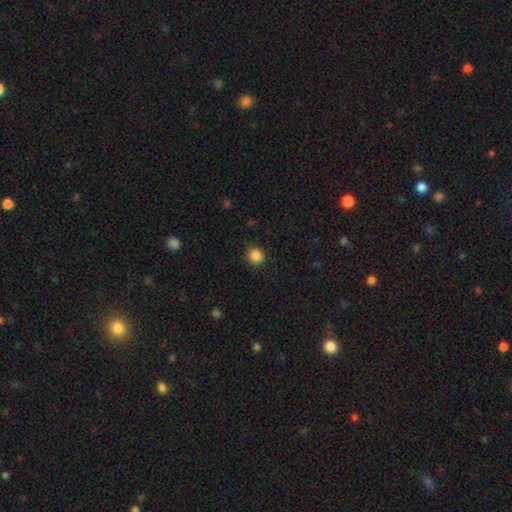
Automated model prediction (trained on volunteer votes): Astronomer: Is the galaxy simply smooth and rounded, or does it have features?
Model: smooth — 86%.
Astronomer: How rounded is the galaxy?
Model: round — 90%.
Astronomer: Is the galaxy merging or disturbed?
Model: none — 90%.